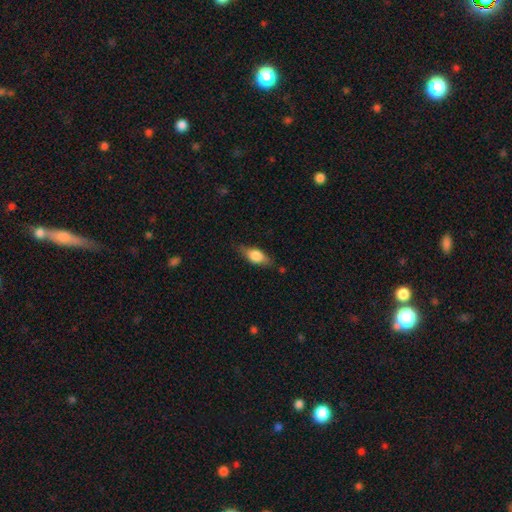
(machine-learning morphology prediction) smooth_or_featured: smooth (p=0.70) [alt: featured or disk p=0.24]
how_rounded: in between (p=0.78) [alt: cigar-shaped p=0.17]
merging: none (p=0.72) [alt: minor disturbance p=0.21]